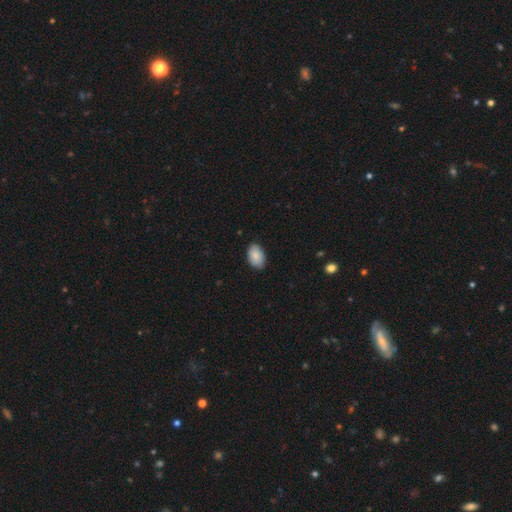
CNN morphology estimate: A smooth galaxy with no disk features (87%) that is in between round and cigar-shaped (91%).

Vote fractions:
- Smooth or featured? smooth: 87% / featured or disk: 7% / star or artifact: 6%
- How rounded? in between: 91% / round: 8% / cigar-shaped: 1%
- Merging? none: 85% / minor disturbance: 12% / major disturbance: 2% / merger: 1%